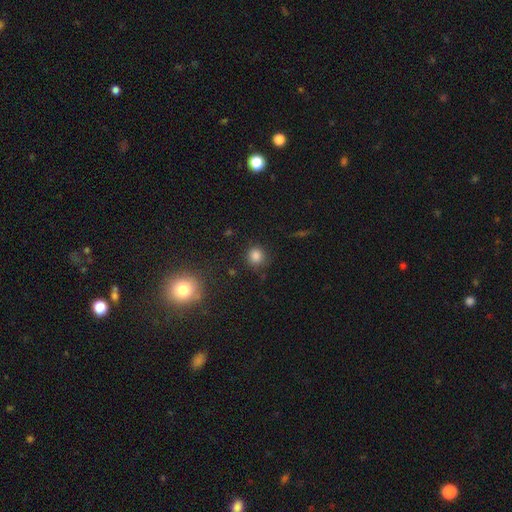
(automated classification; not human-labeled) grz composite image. It shows a smooth galaxy with no disk features (82%) that is round (90%). Merging: none (84%).